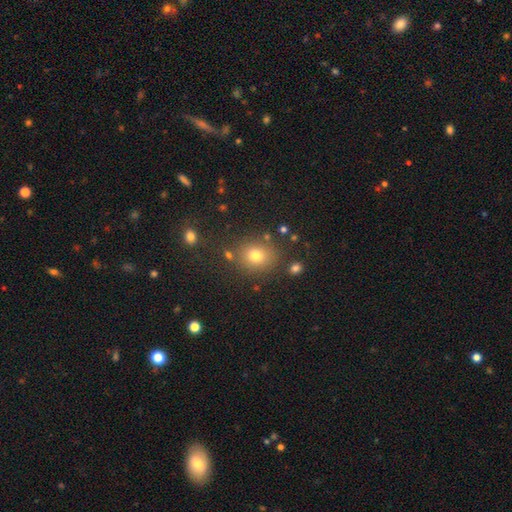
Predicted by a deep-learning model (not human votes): smooth_or_featured: smooth (p=0.76) [alt: star or artifact p=0.15]
how_rounded: round (p=0.72) [alt: in between p=0.27]
merging: none (p=0.80) [alt: minor disturbance p=0.10]